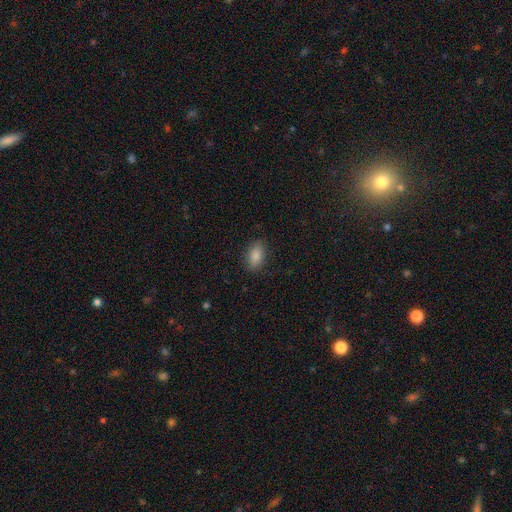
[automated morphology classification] Smooth or featured? Predicted: smooth (p=0.86). How rounded? Predicted: in between (p=0.90). Merging? Predicted: none (p=0.87).